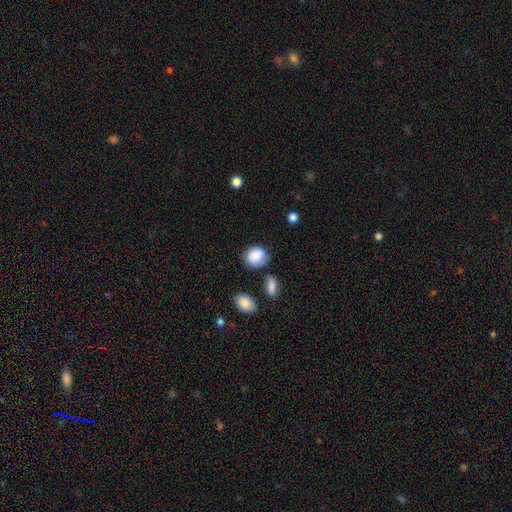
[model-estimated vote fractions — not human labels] A smooth galaxy with no disk features (82%) that is round (71%). Merging: none (64%).